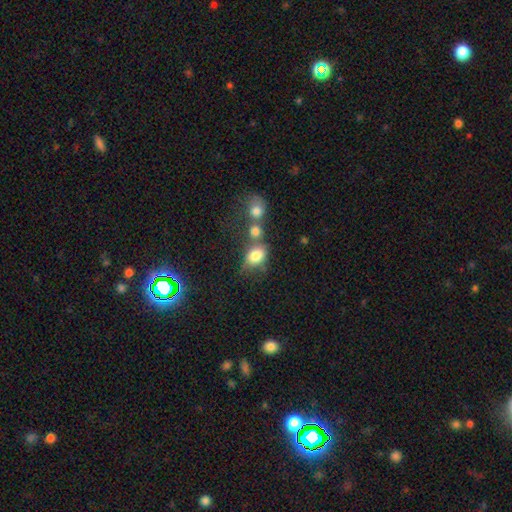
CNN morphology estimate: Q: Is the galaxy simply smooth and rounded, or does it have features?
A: smooth — 79%.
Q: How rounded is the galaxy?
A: in between — 70%.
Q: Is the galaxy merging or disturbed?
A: merger — 39%.